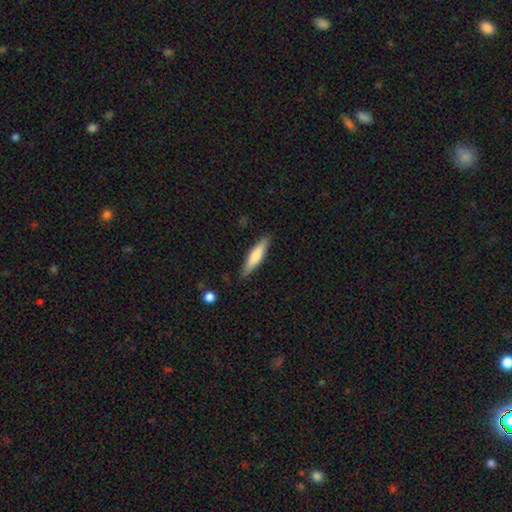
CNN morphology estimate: Smooth or featured?
  - smooth: 62% *
  - featured or disk: 32%
  - star or artifact: 6%
How rounded?
  - cigar-shaped: 81% *
  - in between: 17%
  - round: 1%
Merging?
  - none: 88% *
  - minor disturbance: 9%
  - major disturbance: 2%
  - merger: 1%